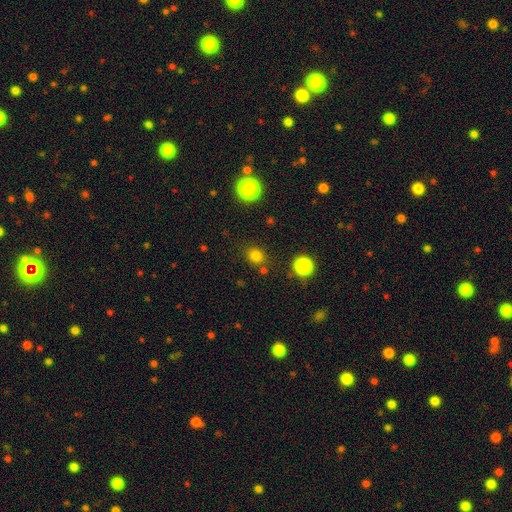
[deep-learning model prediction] smooth_or_featured: smooth (p=0.75) [alt: star or artifact p=0.19]
how_rounded: round (p=0.74) [alt: in between p=0.25]
merging: none (p=0.80) [alt: minor disturbance p=0.10]